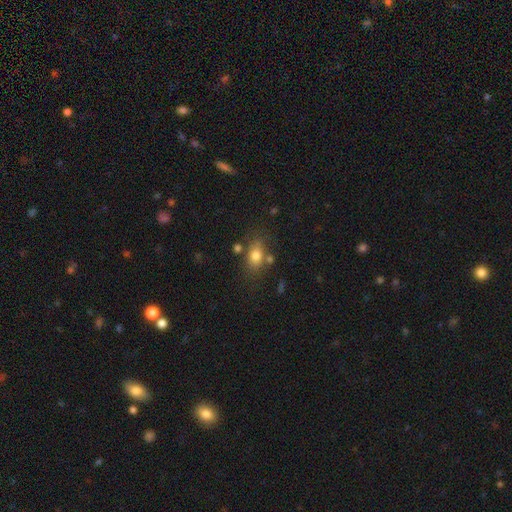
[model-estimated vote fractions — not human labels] Smooth or featured? Predicted: smooth (p=0.77). How rounded? Predicted: in between (p=0.74). Merging? Predicted: none (p=0.68).